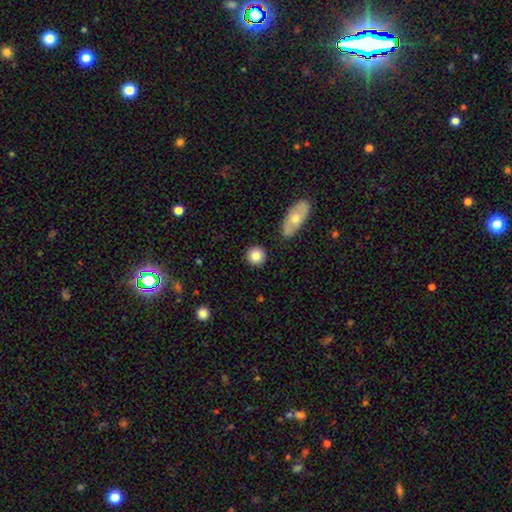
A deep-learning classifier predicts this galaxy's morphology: Smooth or featured? Predicted: smooth (p=0.81). How rounded? Predicted: round (p=0.88). Merging? Predicted: none (p=0.87).